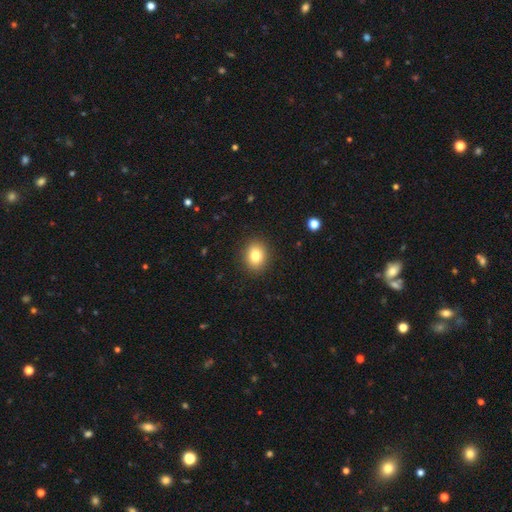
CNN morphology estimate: Smooth or featured? Predicted: smooth (p=0.81). How rounded? Predicted: round (p=0.53). Merging? Predicted: none (p=0.90).